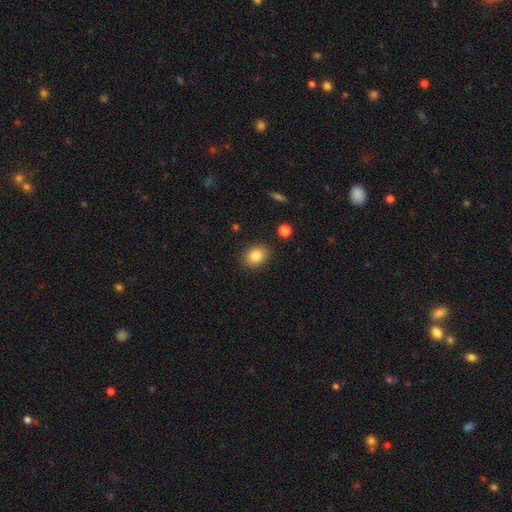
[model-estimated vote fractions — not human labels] This is clearly a smooth galaxy (84%). How rounded: possibly in between (58%). Merging: clearly none (87%).